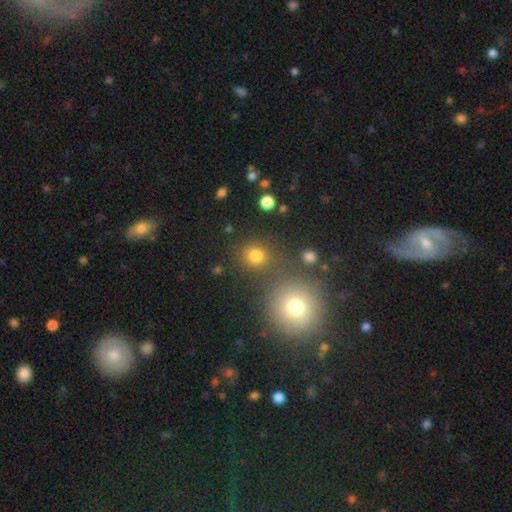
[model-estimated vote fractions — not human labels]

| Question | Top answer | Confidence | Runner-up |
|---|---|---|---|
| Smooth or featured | smooth | 78% | star or artifact (17%) |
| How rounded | round | 87% | in between (12%) |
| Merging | none | 77% | merger (12%) |